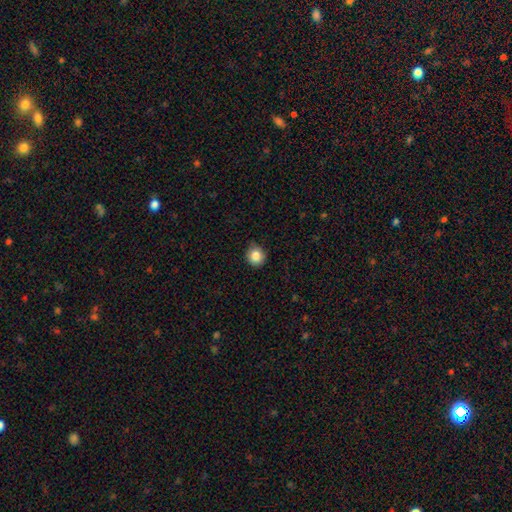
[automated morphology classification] Smooth or featured? smooth (84%)
How rounded? round (90%)
Merging? none (87%)